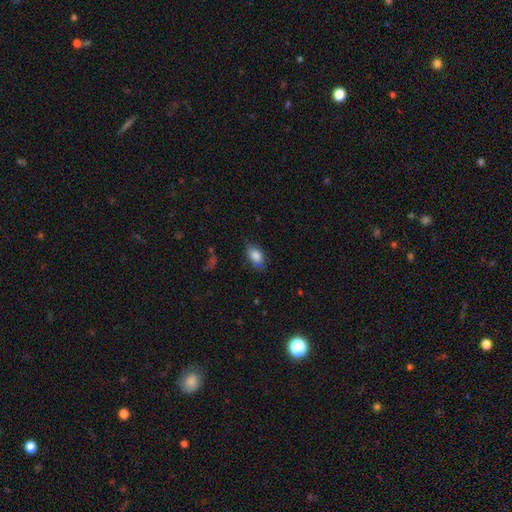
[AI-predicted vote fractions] Smooth or featured: smooth — 83% (featured or disk — 9%)
How rounded: in between — 88% (round — 9%)
Merging: none — 73% (minor disturbance — 21%)